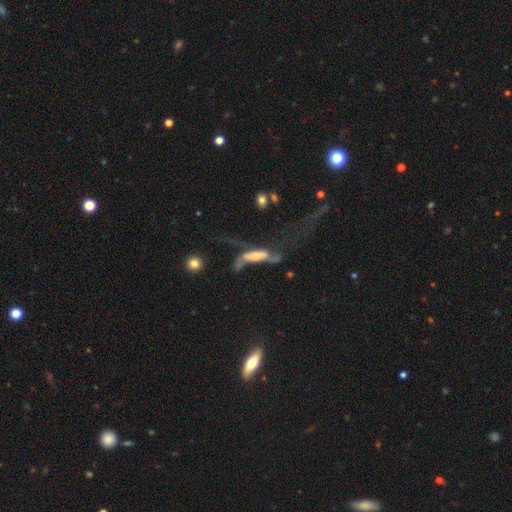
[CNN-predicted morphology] This appears to be a featured or disk galaxy (53%). Merging: major disturbance (51%).